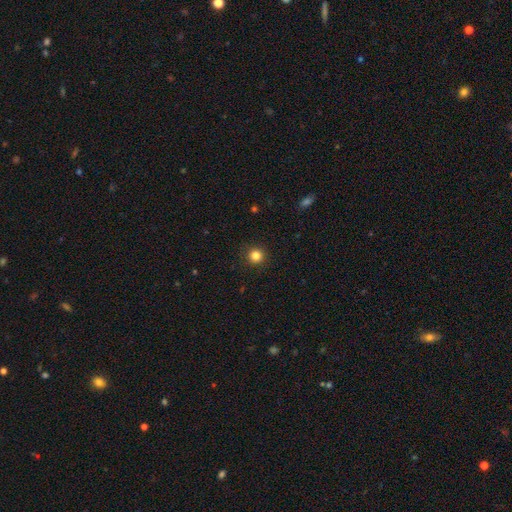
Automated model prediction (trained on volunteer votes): smooth 83%, star or artifact 13%, featured or disk 4%. Down the decision tree: how rounded — round (95%); merging — none (92%).